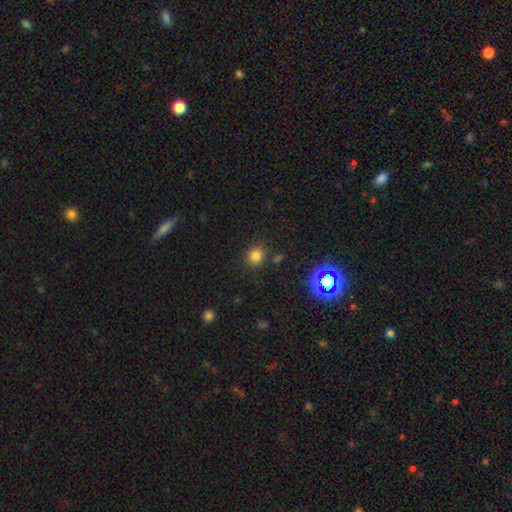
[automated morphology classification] A smooth galaxy with no disk features (78%) that is round (77%). Merging: none (85%).